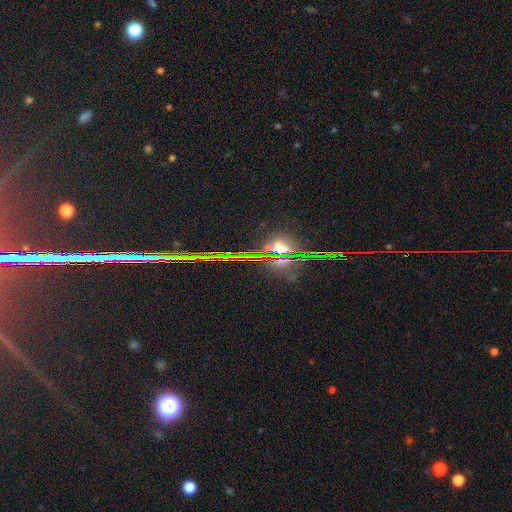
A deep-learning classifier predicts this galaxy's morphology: Smooth or featured: star or artifact — 77% (featured or disk — 13%)